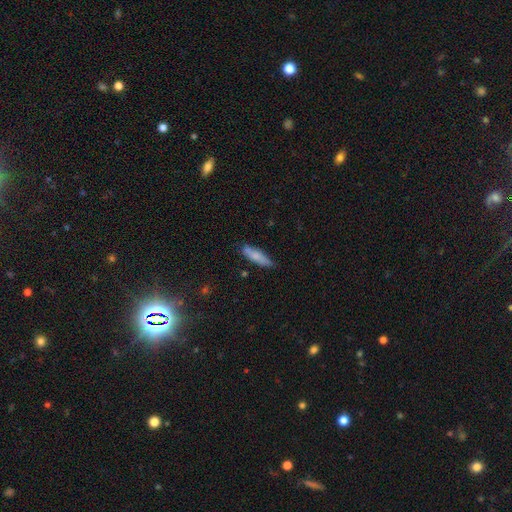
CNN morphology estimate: smooth_or_featured: smooth (p=0.74) [alt: featured or disk p=0.20]
how_rounded: cigar-shaped (p=0.63) [alt: in between p=0.35]
merging: none (p=0.73) [alt: minor disturbance p=0.21]